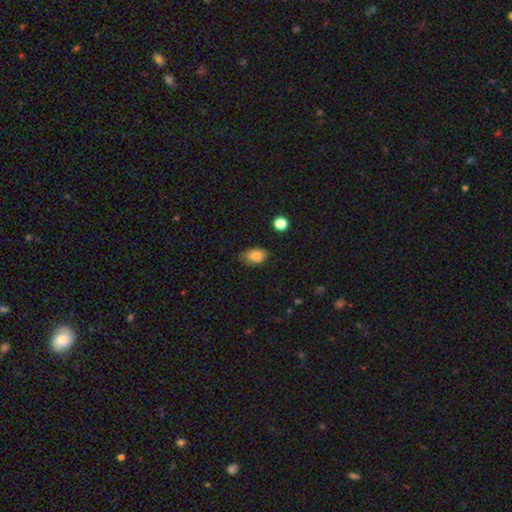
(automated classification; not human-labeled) Smooth or featured?
  - smooth: 85% *
  - star or artifact: 9%
  - featured or disk: 6%
How rounded?
  - in between: 84% *
  - round: 15%
  - cigar-shaped: 1%
Merging?
  - none: 73% *
  - minor disturbance: 22%
  - major disturbance: 4%
  - merger: 2%